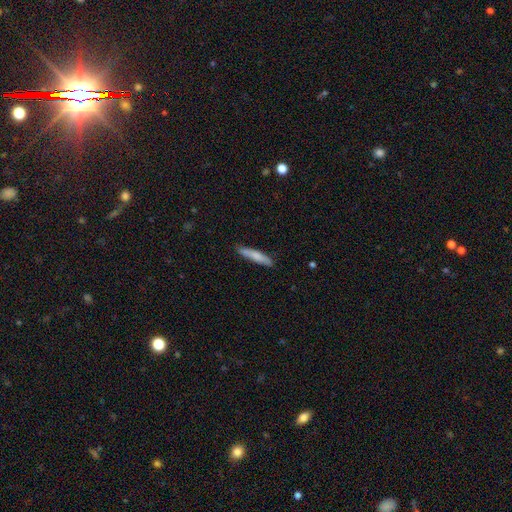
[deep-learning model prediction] Smooth or featured? Predicted: smooth (p=0.74). How rounded? Predicted: cigar-shaped (p=0.91). Merging? Predicted: none (p=0.86).